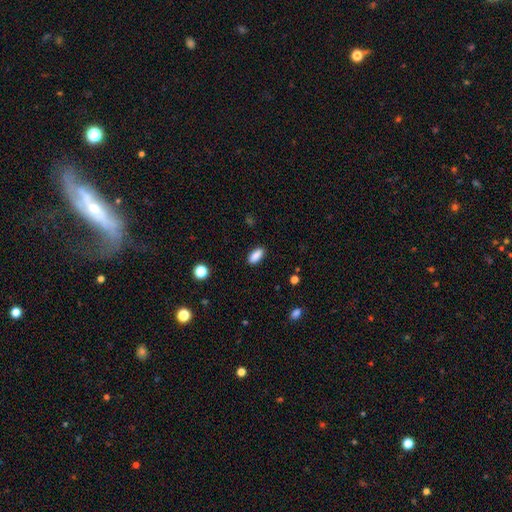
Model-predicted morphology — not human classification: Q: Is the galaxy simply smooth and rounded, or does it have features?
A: smooth — 88%.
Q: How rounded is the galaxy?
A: in between — 86%.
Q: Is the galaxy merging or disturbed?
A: none — 89%.